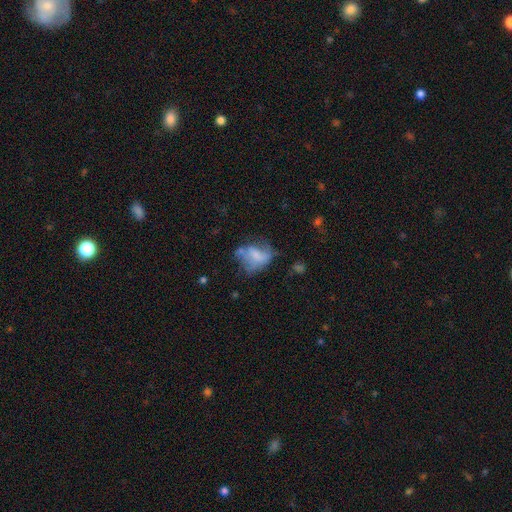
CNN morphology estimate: A smooth galaxy with no disk features (50%).

Vote fractions:
- Smooth or featured? smooth: 50% / featured or disk: 38% / star or artifact: 12%
- Merging? major disturbance: 33% / none: 30% / minor disturbance: 26% / merger: 11%